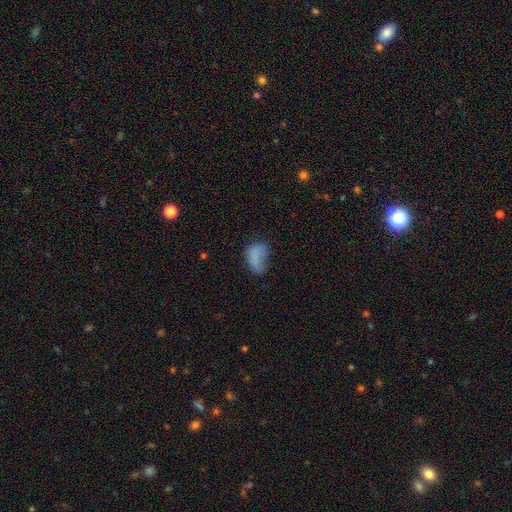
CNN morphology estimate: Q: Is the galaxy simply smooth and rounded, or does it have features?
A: smooth — 72%.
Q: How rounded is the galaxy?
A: in between — 82%.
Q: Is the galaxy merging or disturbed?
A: none — 34%.